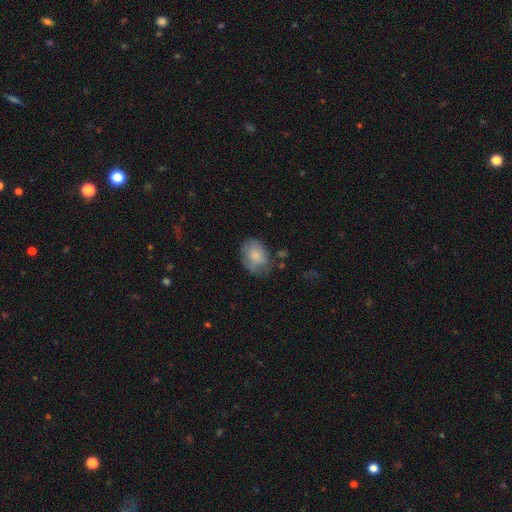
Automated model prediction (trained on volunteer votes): smooth_or_featured: smooth (p=0.76) [alt: featured or disk p=0.17]
how_rounded: in between (p=0.72) [alt: round p=0.27]
merging: none (p=0.56) [alt: minor disturbance p=0.29]